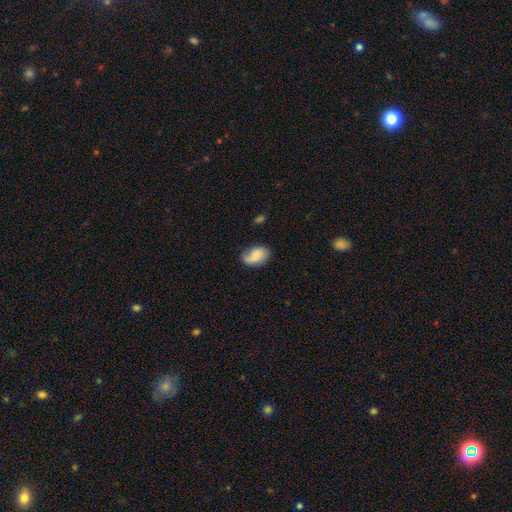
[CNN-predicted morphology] This is likely a smooth galaxy (71%). How rounded: clearly in between (87%). Merging: possibly none (56%).